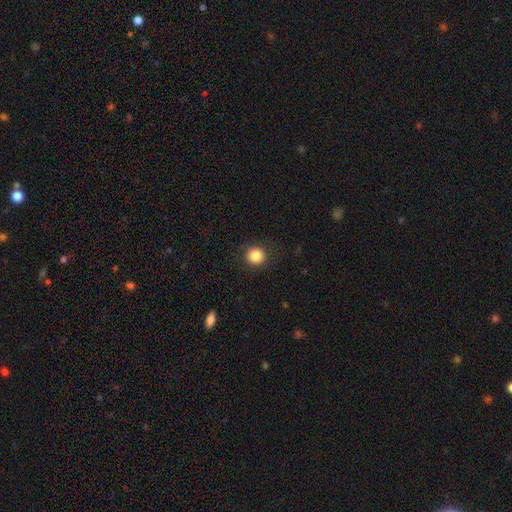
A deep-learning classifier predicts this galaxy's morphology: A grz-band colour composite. It shows a smooth galaxy with no disk features (86%) that is round (89%). Merging: none (89%).